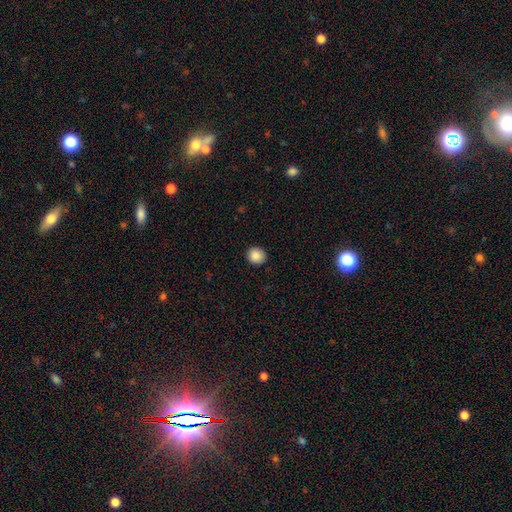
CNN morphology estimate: smooth 88%, star or artifact 9%, featured or disk 3%. Down the decision tree: how rounded — round (90%); merging — none (91%).